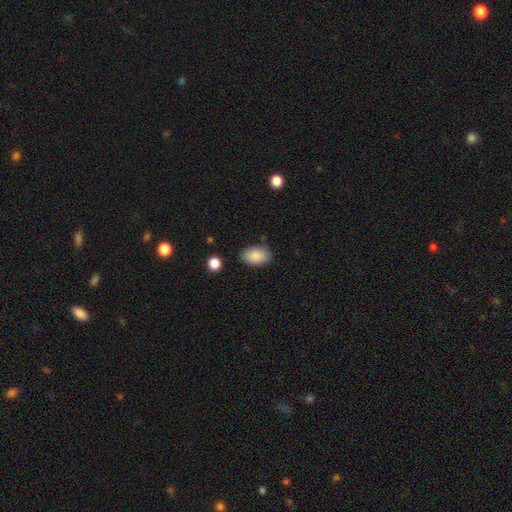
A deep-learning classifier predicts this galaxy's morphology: This appears to be a smooth galaxy with no disk features (89%) that is in between round and cigar-shaped (91%). Merging: none (83%).